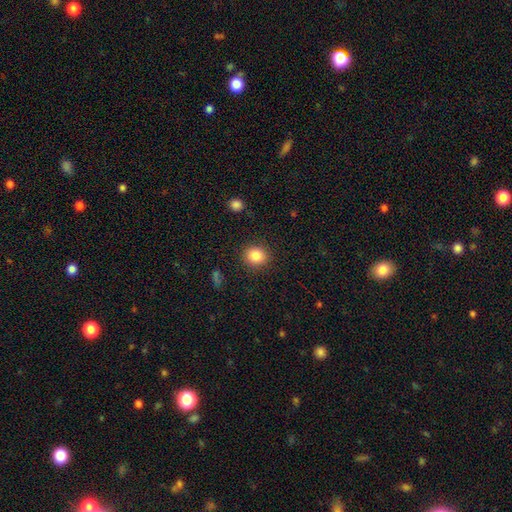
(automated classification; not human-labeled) Q: Smooth or featured?
A: smooth (85%); runner-up: star or artifact (10%)
Q: How rounded?
A: round (83%); runner-up: in between (16%)
Q: Merging?
A: none (90%); runner-up: minor disturbance (7%)